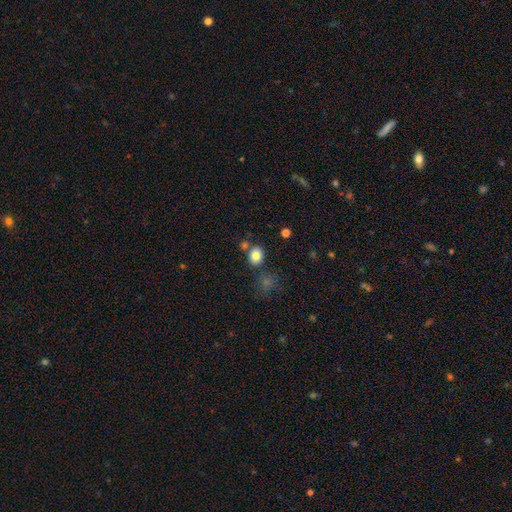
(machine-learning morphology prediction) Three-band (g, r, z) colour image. It shows a smooth galaxy with no disk features (84%) that is round (51%). Merging: none (72%).